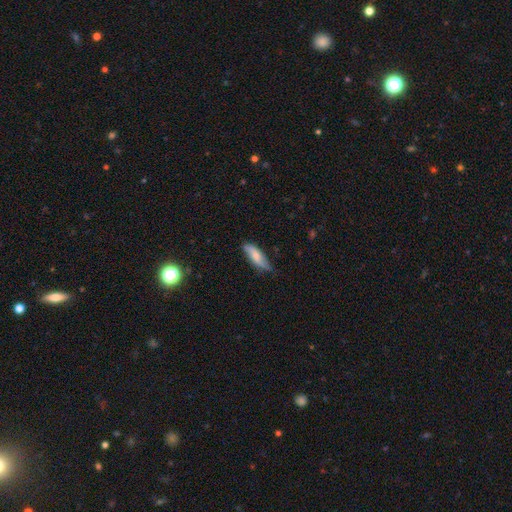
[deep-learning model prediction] Smooth or featured? smooth (57%)
How rounded? in between (53%)
Merging? none (65%)